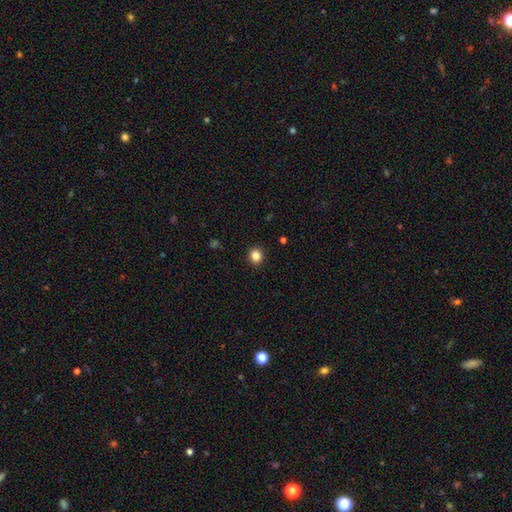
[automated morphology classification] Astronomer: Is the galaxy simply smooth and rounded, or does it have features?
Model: smooth — 85%.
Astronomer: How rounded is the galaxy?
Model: round — 87%.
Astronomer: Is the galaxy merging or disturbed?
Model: none — 92%.